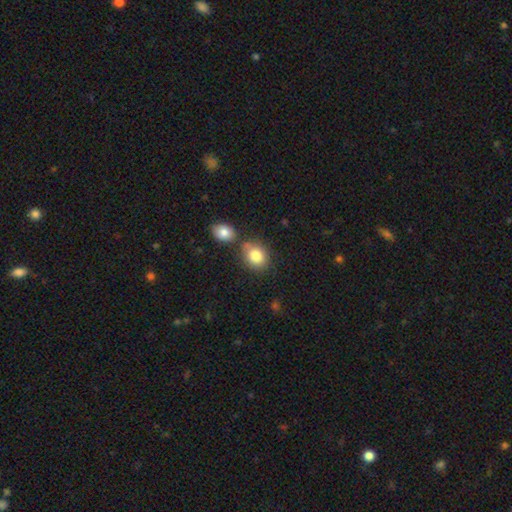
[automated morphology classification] This appears to be a smooth galaxy with no disk features (83%) that is round (55%). Merging: none (60%).